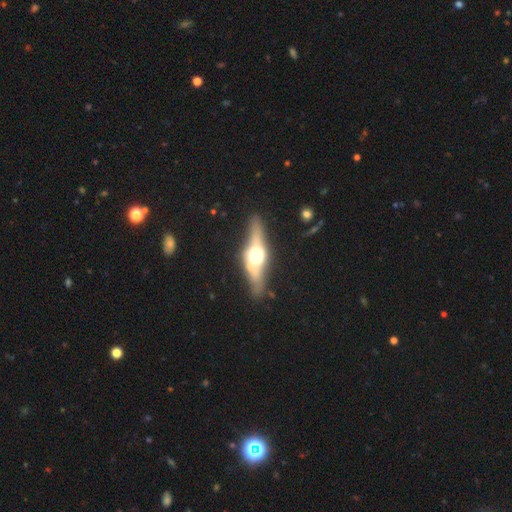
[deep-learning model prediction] This is likely a featured or disk galaxy (74%). It is clearly viewed edge-on (92%). Edge-on bulge: clearly rounded (92%). Merging: likely none (79%).